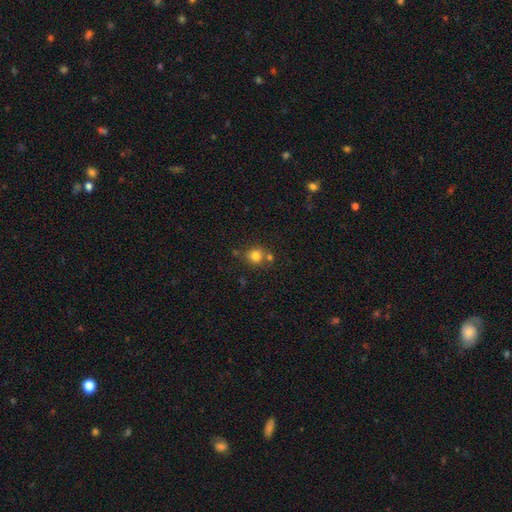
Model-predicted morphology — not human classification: A smooth galaxy with no disk features (79%) that is round (84%).

Vote fractions:
- Smooth or featured? smooth: 79% / star or artifact: 13% / featured or disk: 8%
- How rounded? round: 84% / in between: 15% / cigar-shaped: 1%
- Merging? none: 64% / merger: 22% / minor disturbance: 11% / major disturbance: 3%